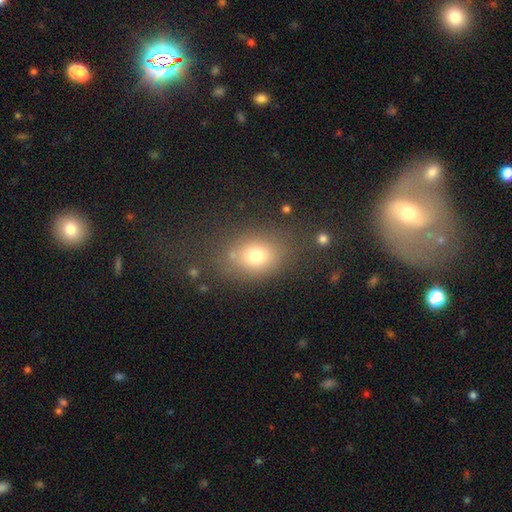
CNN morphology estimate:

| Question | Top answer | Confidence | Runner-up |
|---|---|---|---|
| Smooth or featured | smooth | 75% | star or artifact (13%) |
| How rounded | in between | 61% | round (37%) |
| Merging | none | 71% | minor disturbance (15%) |